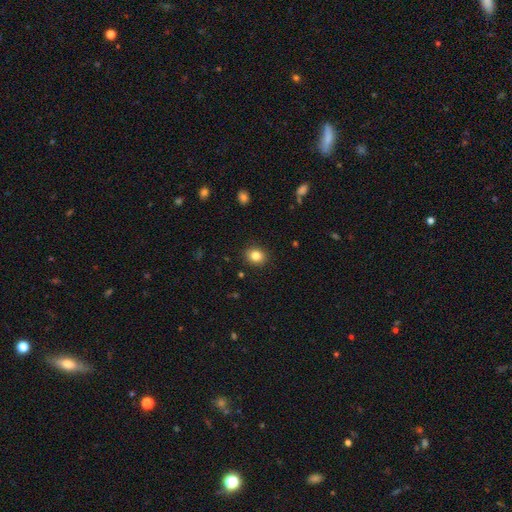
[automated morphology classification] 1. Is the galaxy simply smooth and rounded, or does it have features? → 84% smooth, 10% star or artifact, 6% featured or disk.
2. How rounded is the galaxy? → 66% round, 33% in between, 1% cigar-shaped.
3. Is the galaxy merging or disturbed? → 89% none, 7% minor disturbance, 2% major disturbance, 1% merger.